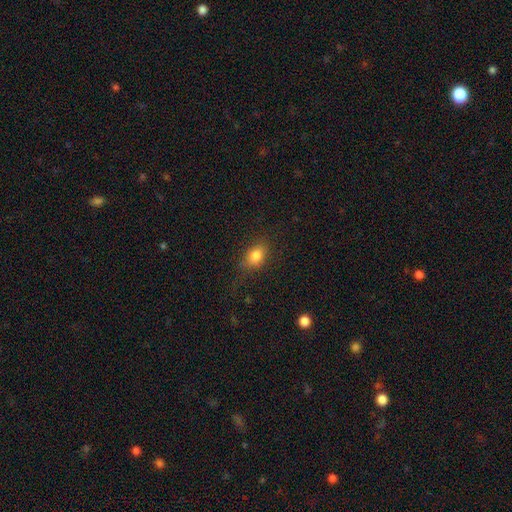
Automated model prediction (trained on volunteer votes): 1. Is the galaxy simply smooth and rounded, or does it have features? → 81% smooth, 10% star or artifact, 8% featured or disk.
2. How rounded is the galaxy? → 75% in between, 22% round, 3% cigar-shaped.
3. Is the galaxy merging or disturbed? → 75% none, 17% minor disturbance, 7% major disturbance, 1% merger.